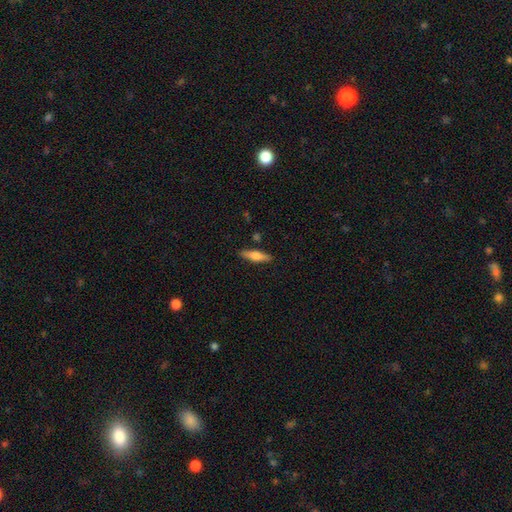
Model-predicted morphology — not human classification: smooth_or_featured: smooth (p=0.63) [alt: featured or disk p=0.31]
how_rounded: cigar-shaped (p=0.66) [alt: in between p=0.32]
merging: none (p=0.86) [alt: minor disturbance p=0.10]